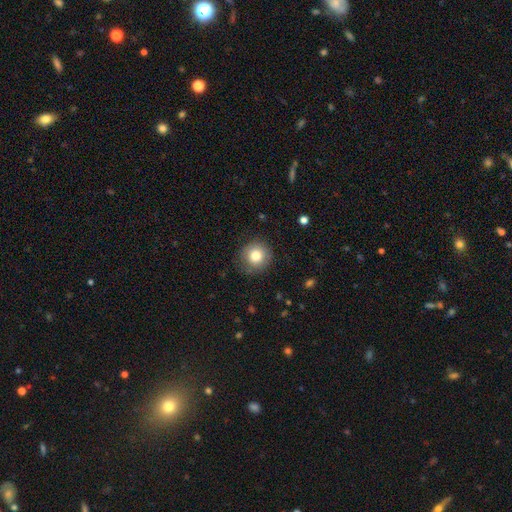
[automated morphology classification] Smooth or featured: smooth — 81% (star or artifact — 10%)
How rounded: round — 92% (in between — 7%)
Merging: none — 84% (minor disturbance — 12%)